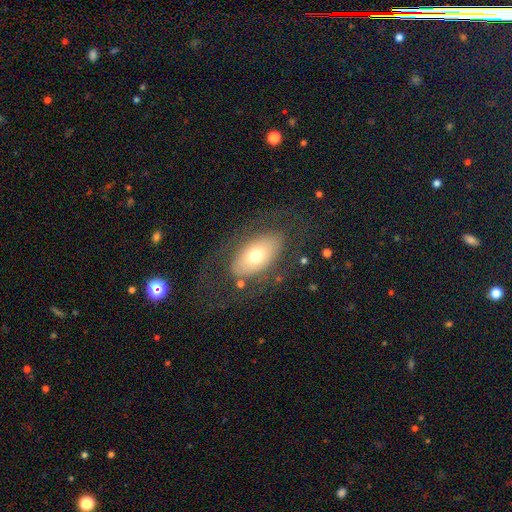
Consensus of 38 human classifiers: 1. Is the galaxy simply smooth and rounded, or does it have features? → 53% smooth, 45% featured or disk, 3% star or artifact.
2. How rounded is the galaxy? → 85% in between, 10% round, 5% cigar-shaped.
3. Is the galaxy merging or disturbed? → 62% none, 22% minor disturbance, 14% major disturbance, 3% merger.